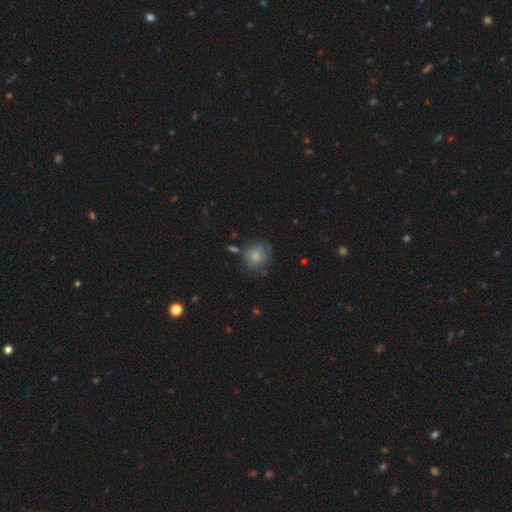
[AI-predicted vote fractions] This appears to be a smooth galaxy with no disk features (75%) that is round (83%). Merging: none (65%).